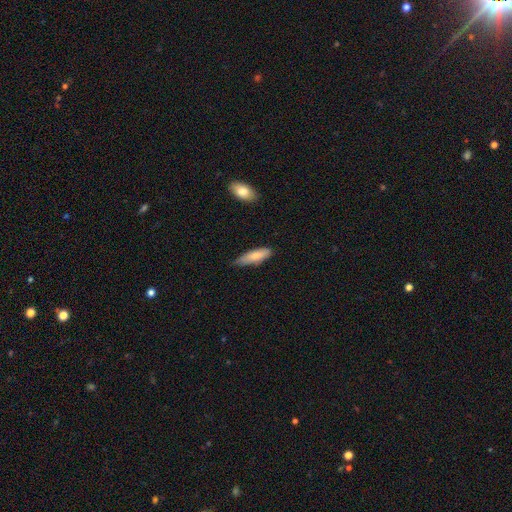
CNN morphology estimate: This is likely a smooth galaxy (79%). How rounded: possibly in between (52%). Merging: likely none (64%).